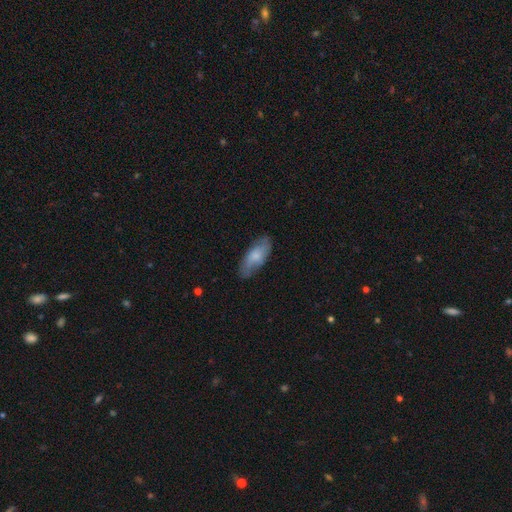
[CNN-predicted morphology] smooth_or_featured: smooth (p=0.65) [alt: featured or disk p=0.30]
how_rounded: in between (p=0.81) [alt: cigar-shaped p=0.17]
merging: none (p=0.73) [alt: minor disturbance p=0.21]